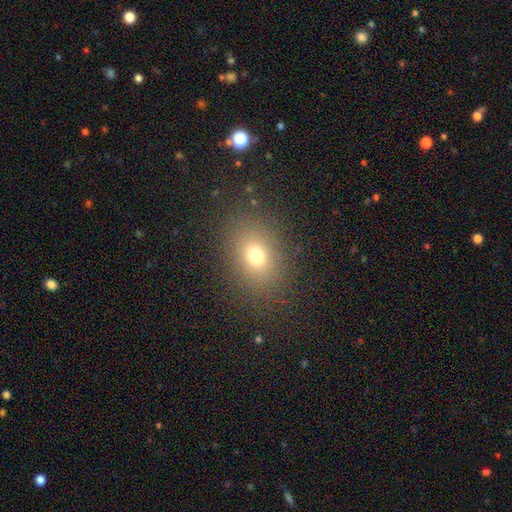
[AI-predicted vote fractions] smooth_or_featured: smooth (p=0.73) [alt: star or artifact p=0.16]
how_rounded: in between (p=0.66) [alt: round p=0.33]
merging: none (p=0.85) [alt: minor disturbance p=0.09]